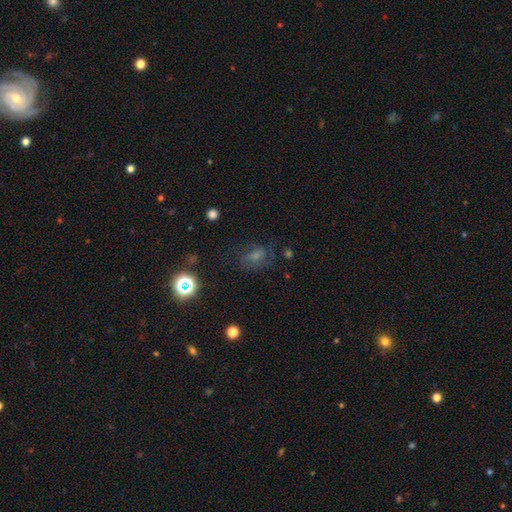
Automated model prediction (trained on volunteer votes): smooth_or_featured: smooth (p=0.36) [alt: featured or disk p=0.33]
merging: none (p=0.62) [alt: minor disturbance p=0.20]